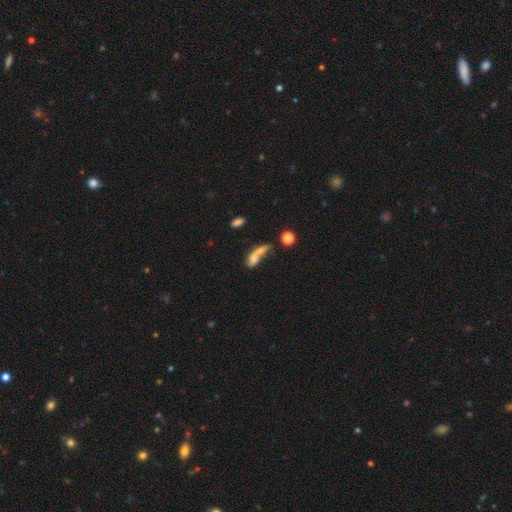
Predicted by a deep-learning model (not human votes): smooth 65%, featured or disk 23%, star or artifact 12%. Down the decision tree: how rounded — in between (59%); merging — merger (47%).